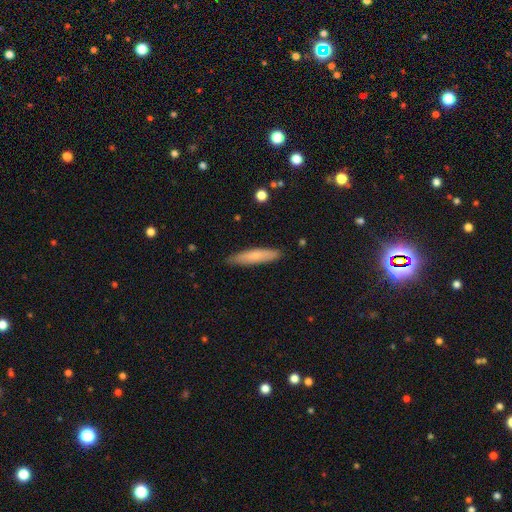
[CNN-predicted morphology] A smooth galaxy with no disk features (72%) that is cigar-shaped (84%).

Vote fractions:
- Smooth or featured? smooth: 72% / featured or disk: 22% / star or artifact: 6%
- How rounded? cigar-shaped: 84% / in between: 15% / round: 1%
- Merging? none: 87% / minor disturbance: 10% / major disturbance: 2% / merger: 1%